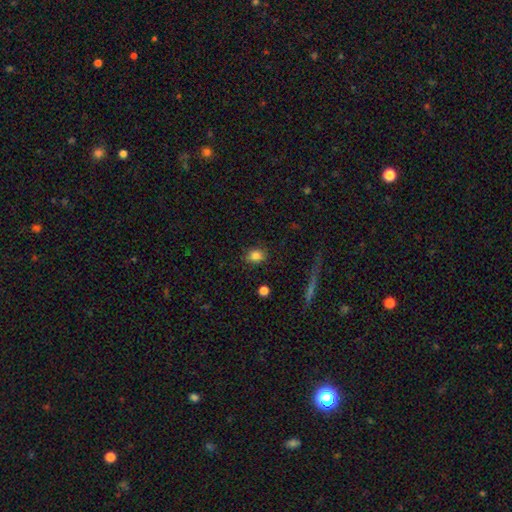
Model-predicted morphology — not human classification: Smooth or featured? Predicted: smooth (p=0.83). How rounded? Predicted: round (p=0.51). Merging? Predicted: none (p=0.85).